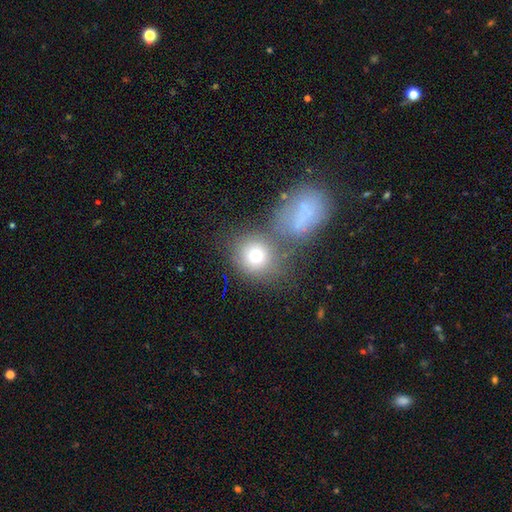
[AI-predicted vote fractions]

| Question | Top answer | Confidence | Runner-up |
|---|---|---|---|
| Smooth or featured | smooth | 73% | featured or disk (15%) |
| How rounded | round | 80% | in between (19%) |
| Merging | none | 55% | merger (26%) |